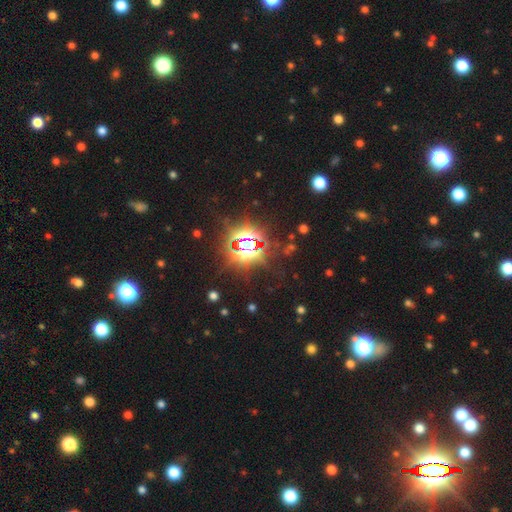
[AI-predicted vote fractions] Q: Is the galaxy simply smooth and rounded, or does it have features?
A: star or artifact — 81%.